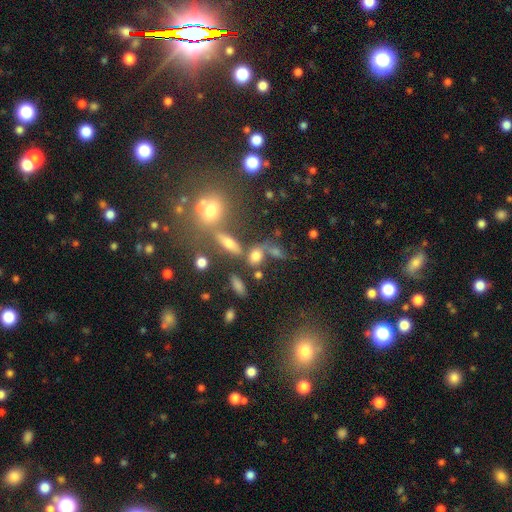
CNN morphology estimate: Smooth or featured?
  - smooth: 63% *
  - featured or disk: 20%
  - star or artifact: 17%
How rounded?
  - in between: 61% *
  - round: 28%
  - cigar-shaped: 10%
Merging?
  - none: 41% *
  - merger: 32%
  - minor disturbance: 15%
  - major disturbance: 13%